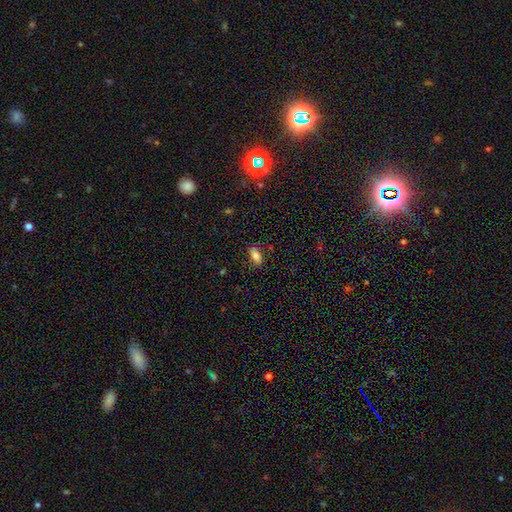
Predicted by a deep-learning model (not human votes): Q: Smooth or featured?
A: smooth (74%); runner-up: featured or disk (15%)
Q: How rounded?
A: in between (86%); runner-up: cigar-shaped (7%)
Q: Merging?
A: none (73%); runner-up: minor disturbance (19%)